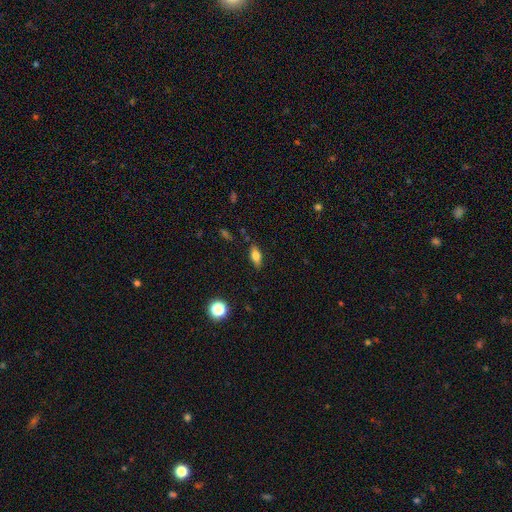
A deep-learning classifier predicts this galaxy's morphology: This is likely a smooth galaxy (71%). How rounded: likely in between (80%). Merging: clearly none (83%).